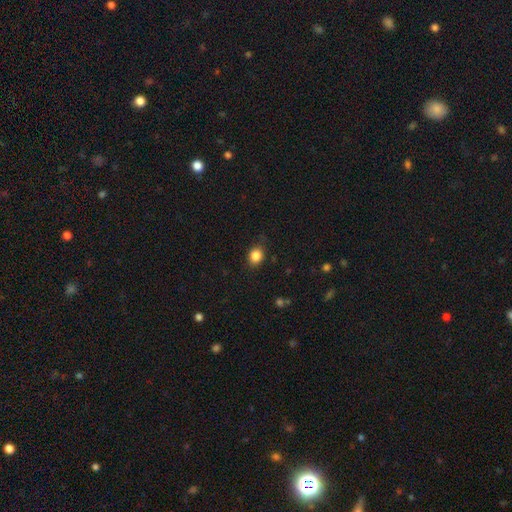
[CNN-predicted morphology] Smooth or featured? Predicted: smooth (p=0.85). How rounded? Predicted: round (p=0.60). Merging? Predicted: none (p=0.83).